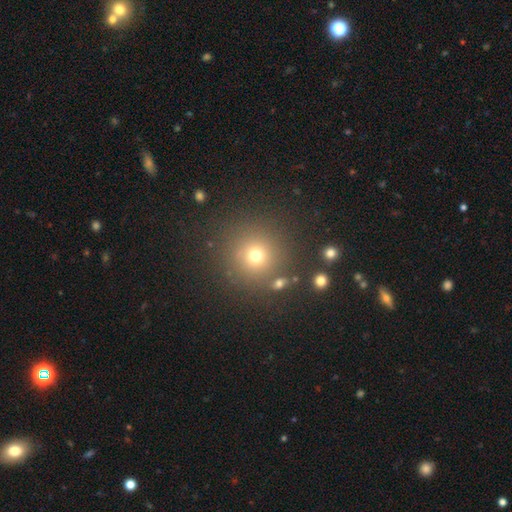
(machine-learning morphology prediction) Q: Smooth or featured?
A: smooth (71%); runner-up: star or artifact (20%)
Q: How rounded?
A: round (93%); runner-up: in between (6%)
Q: Merging?
A: none (83%); runner-up: minor disturbance (8%)